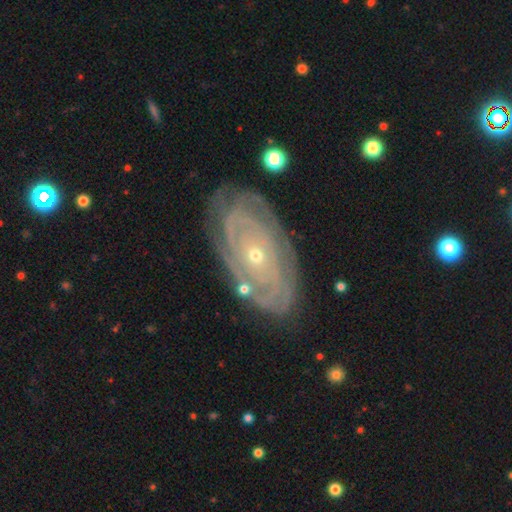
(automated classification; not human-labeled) Smooth or featured?
  - featured or disk: 87% *
  - smooth: 8%
  - star or artifact: 5%
Edge-on disk?
  - no: 95% *
  - yes: 5%
Bar?
  - no: 83% *
  - weak: 12%
  - strong: 5%
Spiral arms?
  - yes: 93% *
  - no: 7%
Spiral winding?
  - tight: 83% *
  - medium: 14%
  - loose: 3%
Spiral arm count?
  - can't tell: 36% *
  - 2: 21%
  - 3: 17%
  - 4: 13%
  - more than 4: 8%
  - 1: 6%
Bulge size?
  - small: 73% *
  - moderate: 24%
  - large: 1%
  - none: 1%
  - dominant: 1%
Merging?
  - none: 75% *
  - minor disturbance: 17%
  - major disturbance: 6%
  - merger: 2%